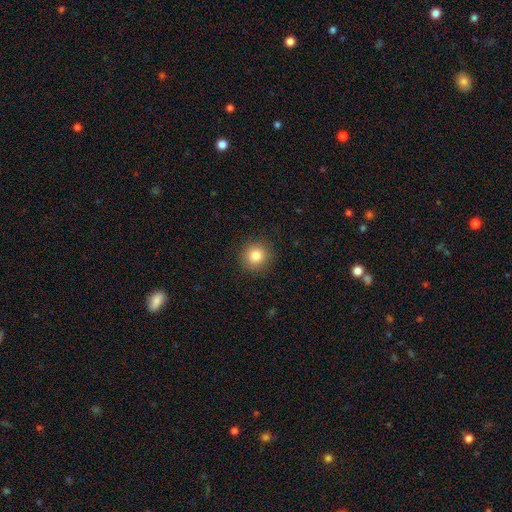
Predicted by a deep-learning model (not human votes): Smooth or featured? smooth (82%)
How rounded? round (92%)
Merging? none (90%)